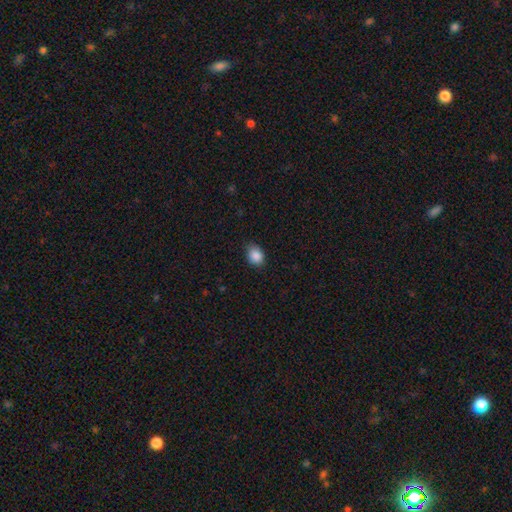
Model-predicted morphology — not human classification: type=smooth (88%); roundness=in between (57%); merging=none (80%).